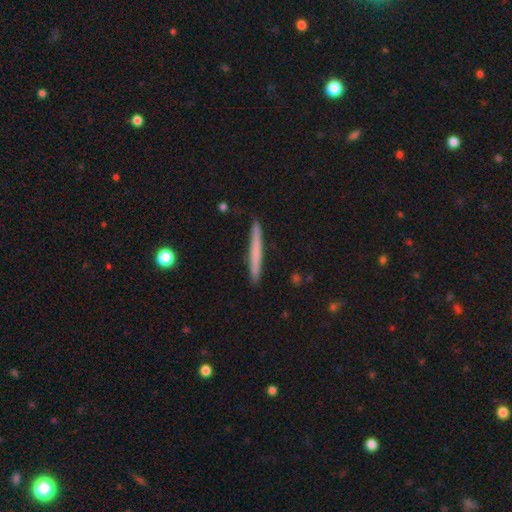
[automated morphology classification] This is likely a smooth galaxy (61%). How rounded: clearly cigar-shaped (97%). Merging: clearly none (90%).